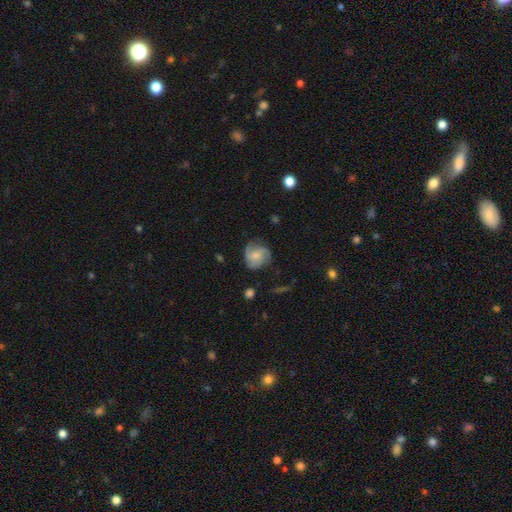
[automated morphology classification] A featured or disk galaxy (55%) with no bar (64%), spiral arms (87%) and a small central bulge (51%).

Vote fractions:
- Smooth or featured? featured or disk: 55% / smooth: 38% / star or artifact: 8%
- Edge-on disk? no: 97% / yes: 3%
- Bar? no: 64% / weak: 30% / strong: 5%
- Spiral arms? yes: 87% / no: 13%
- Bulge size? small: 51% / moderate: 36% / none: 9% / large: 3% / dominant: 1%
- Merging? none: 66% / minor disturbance: 23% / major disturbance: 10% / merger: 2%